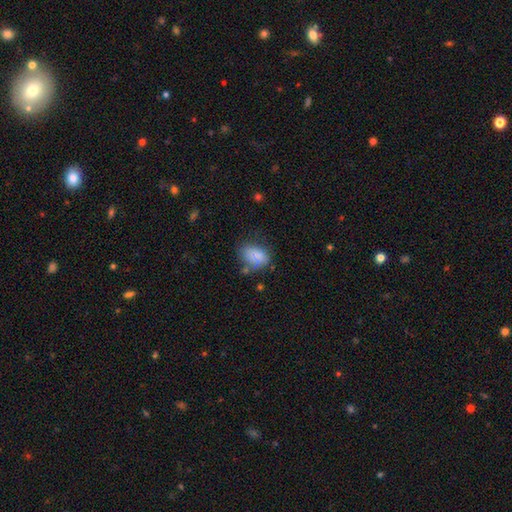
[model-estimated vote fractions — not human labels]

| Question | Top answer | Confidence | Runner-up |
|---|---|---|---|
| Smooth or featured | smooth | 80% | featured or disk (12%) |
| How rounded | in between | 81% | round (17%) |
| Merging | none | 55% | minor disturbance (27%) |